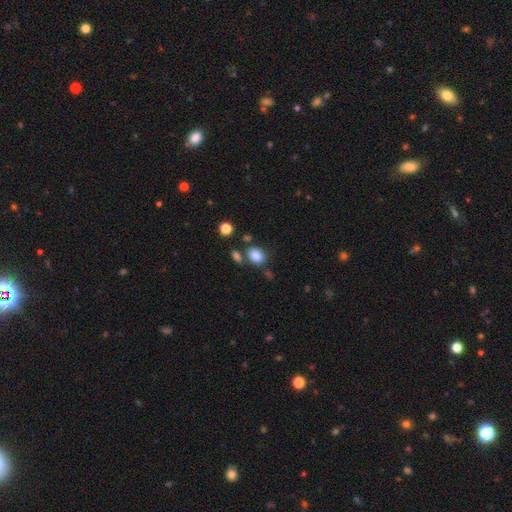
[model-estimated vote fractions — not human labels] A smooth galaxy with no disk features (84%) that is in between round and cigar-shaped (58%).

Vote fractions:
- Smooth or featured? smooth: 84% / star or artifact: 10% / featured or disk: 5%
- How rounded? in between: 58% / round: 41% / cigar-shaped: 1%
- Merging? none: 69% / minor disturbance: 14% / merger: 13% / major disturbance: 5%